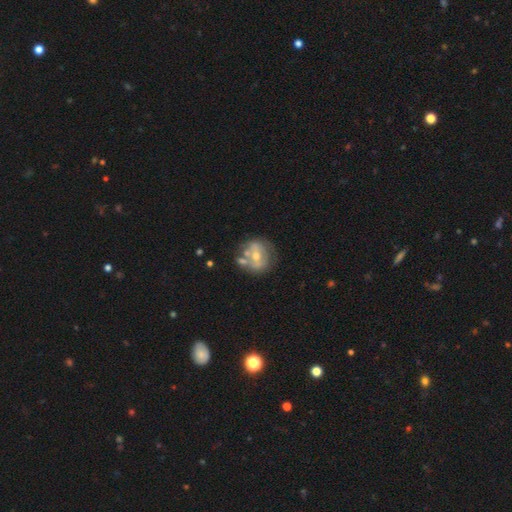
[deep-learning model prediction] This appears to be a featured or disk galaxy (58%) with no bar (44%), no spiral arms (69%) and a moderate central bulge (56%). Merging: none (51%).